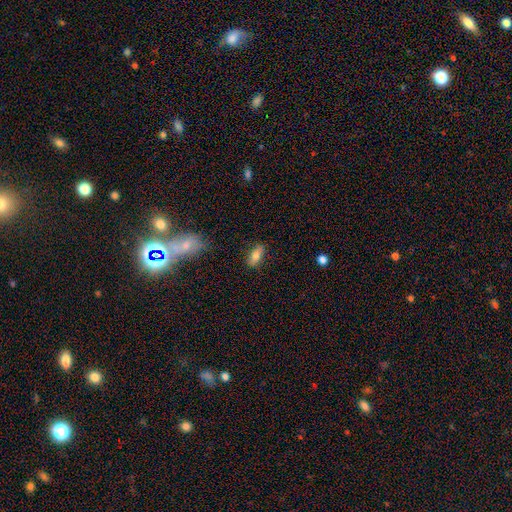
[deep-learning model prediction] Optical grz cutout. It shows a smooth galaxy with no disk features (77%) that is in between round and cigar-shaped (80%). Merging: none (81%).